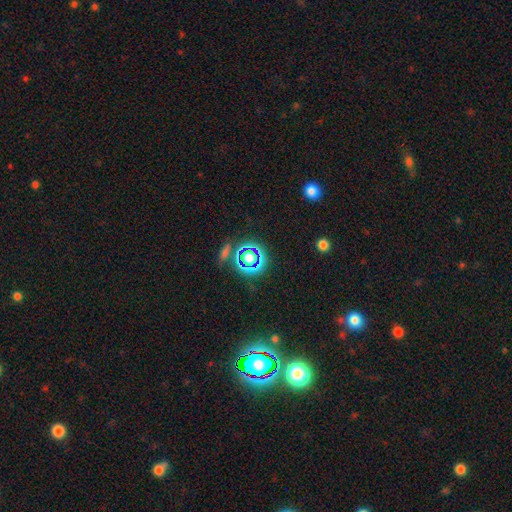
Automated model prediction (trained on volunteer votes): Q: Smooth or featured?
A: star or artifact (76%); runner-up: smooth (16%)